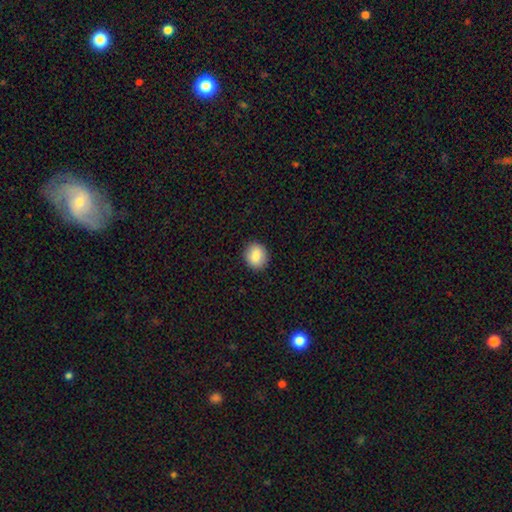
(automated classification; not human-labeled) smooth-or-featured: smooth: 87% | star or artifact: 8% | featured or disk: 5%
  how-rounded: round: 69% | in between: 30% | cigar-shaped: 1%
  merging: none: 90% | minor disturbance: 7% | major disturbance: 2% | merger: 1%